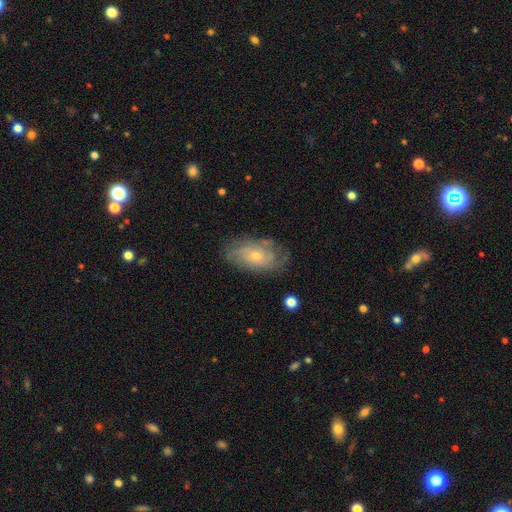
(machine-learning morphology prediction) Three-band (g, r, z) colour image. It shows a featured or disk galaxy (63%) with no bar (79%), spiral arms (81%) and a small central bulge (69%). Merging: none (73%).